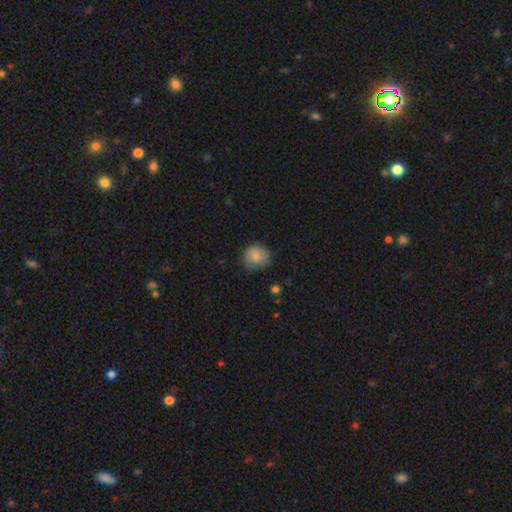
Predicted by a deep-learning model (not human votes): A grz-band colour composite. It shows a smooth galaxy with no disk features (84%) that is round (83%). Merging: none (71%).